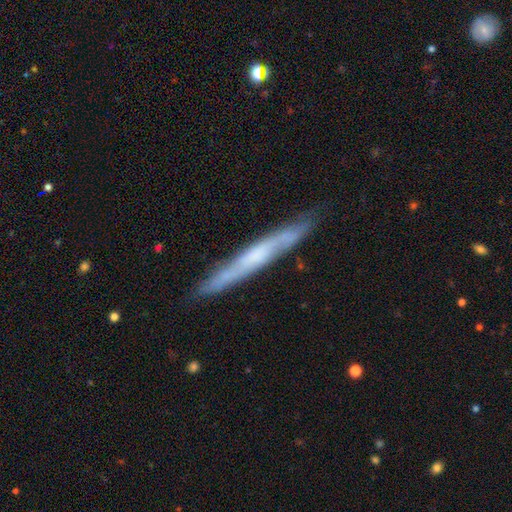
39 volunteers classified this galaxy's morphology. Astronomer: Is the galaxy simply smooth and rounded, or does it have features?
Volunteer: featured or disk — 87%.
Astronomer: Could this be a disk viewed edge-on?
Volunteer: yes — 100%.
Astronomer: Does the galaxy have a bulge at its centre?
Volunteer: rounded — 50% (runner-up: none, 47%).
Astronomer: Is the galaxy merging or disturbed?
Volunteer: none — 89%.